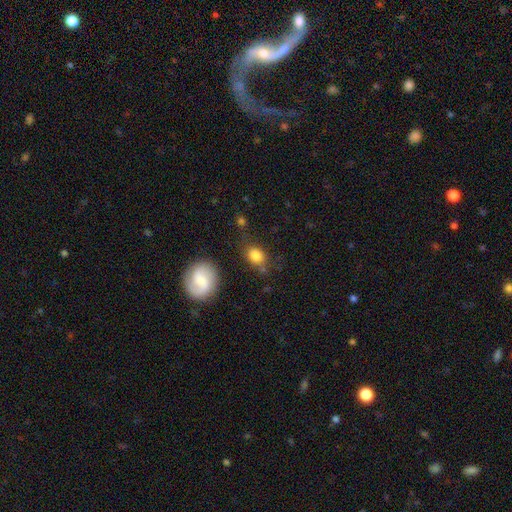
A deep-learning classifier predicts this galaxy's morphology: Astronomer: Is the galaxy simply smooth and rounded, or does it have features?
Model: smooth — 81%.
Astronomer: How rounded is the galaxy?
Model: in between — 65%.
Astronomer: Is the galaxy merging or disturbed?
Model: none — 67%.